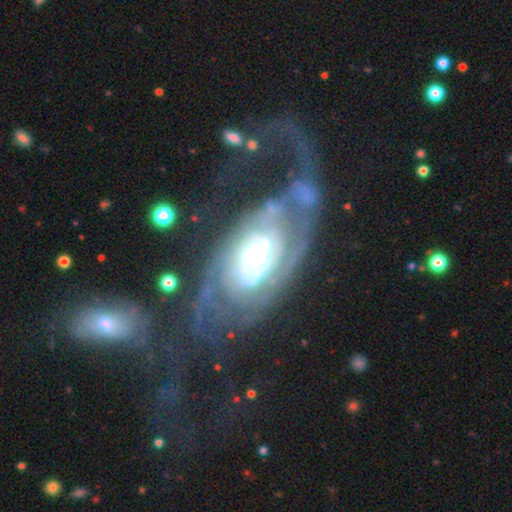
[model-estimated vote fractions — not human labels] This is clearly a featured or disk galaxy (85%). It is clearly not viewed edge-on (94%). Bar: possibly no (58%). Spiral arm pattern: clearly yes (85%). Spiral arm count: marginally 2 (38%). Spiral winding: marginally tight (42%). Central bulge: possibly moderate (52%). Merging: possibly major disturbance (47%).